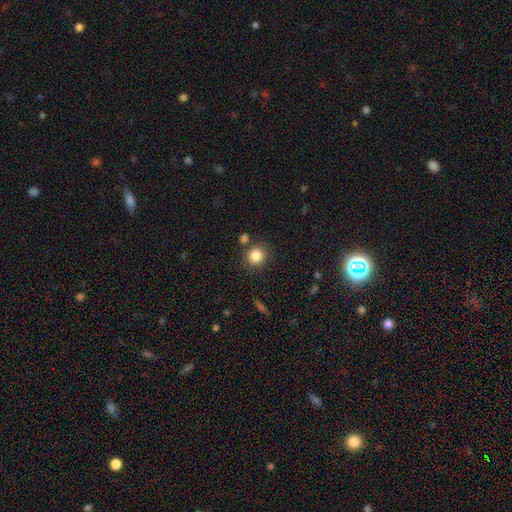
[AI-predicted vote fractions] smooth-or-featured: smooth: 85% | star or artifact: 10% | featured or disk: 5%
  how-rounded: round: 87% | in between: 12% | cigar-shaped: 1%
  merging: none: 79% | minor disturbance: 9% | merger: 8% | major disturbance: 3%